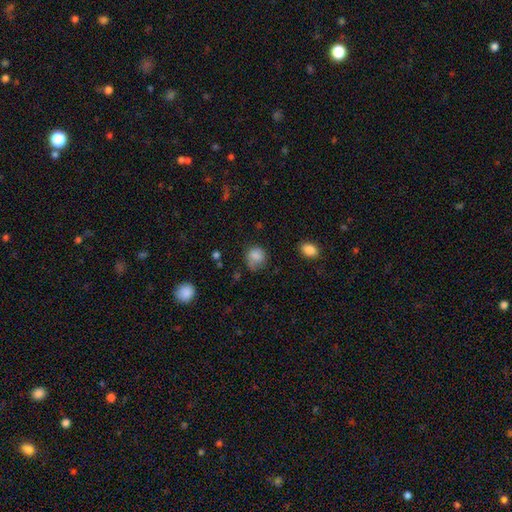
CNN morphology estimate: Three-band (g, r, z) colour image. It shows a smooth galaxy with no disk features (83%) that is round (75%). Merging: none (55%).